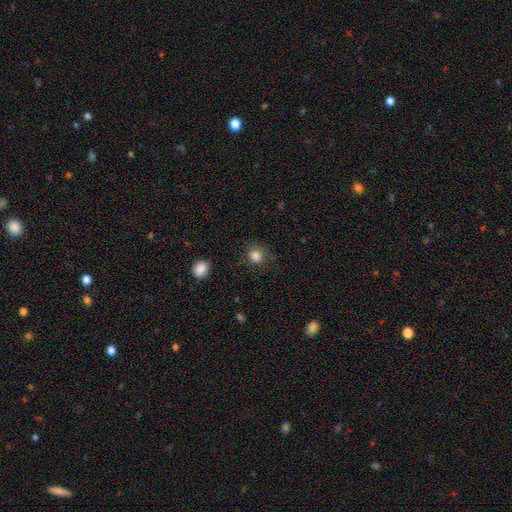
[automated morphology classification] The model was most divided on "how rounded": round: 73%, in between: 26%, cigar-shaped: 1%. More confident: smooth or featured — smooth (84%); merging — none (68%).